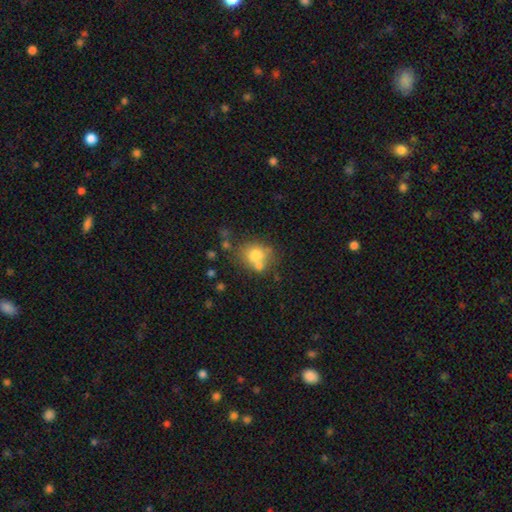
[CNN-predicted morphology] Overall: smooth (73%). How rounded: round (64%; in between 35%). Merging: none (49%; merger 30%).